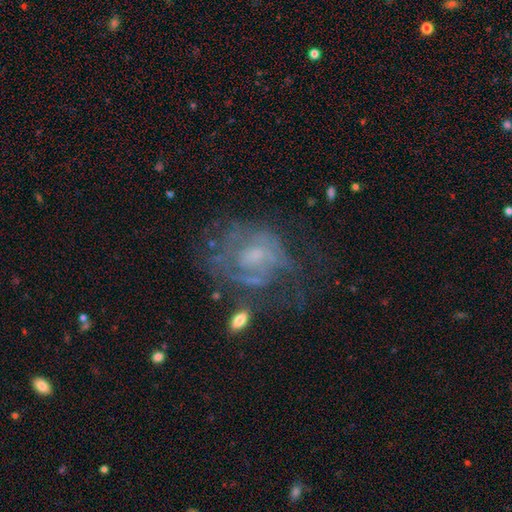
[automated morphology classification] featured or disk 70%, smooth 19%, star or artifact 11%. Down the decision tree: edge-on disk — no (97%); bar — no (68%); spiral arms — yes (62%); bulge size — small (42%); merging — none (43%).